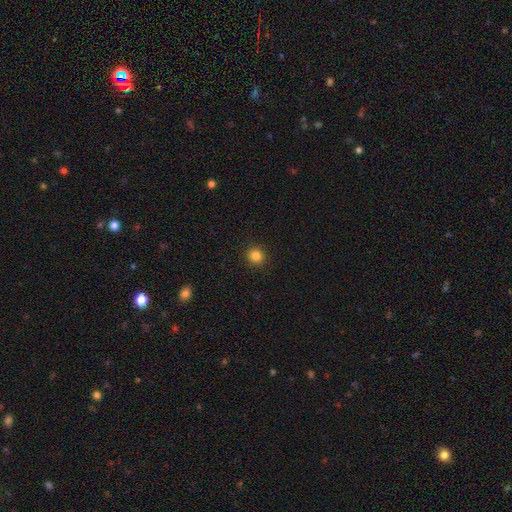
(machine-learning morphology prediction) A smooth galaxy with no disk features (84%) that is round (93%).

Vote fractions:
- Smooth or featured? smooth: 84% / star or artifact: 12% / featured or disk: 4%
- How rounded? round: 93% / in between: 6% / cigar-shaped: 1%
- Merging? none: 93% / minor disturbance: 5% / major disturbance: 2% / merger: 1%